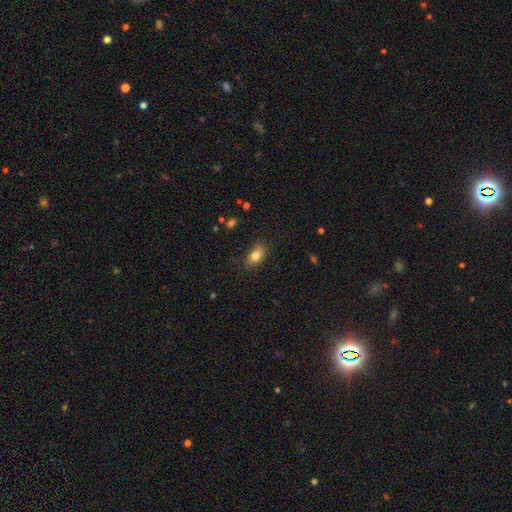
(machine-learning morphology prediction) This appears to be a smooth galaxy with no disk features (81%) that is in between round and cigar-shaped (85%). Merging: none (78%).